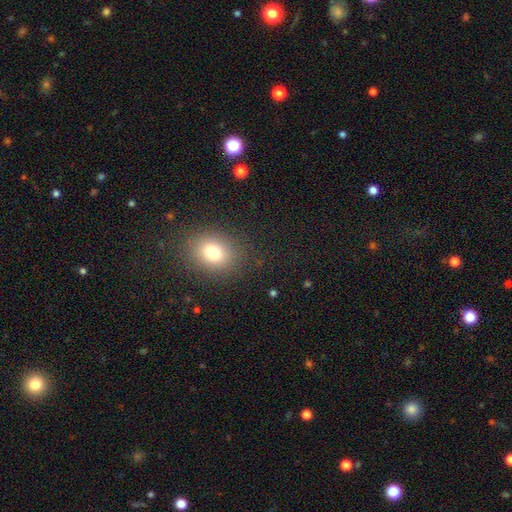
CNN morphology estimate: smooth_or_featured: smooth (p=0.71) [alt: star or artifact p=0.21]
how_rounded: round (p=0.53) [alt: in between p=0.46]
merging: none (p=0.89) [alt: minor disturbance p=0.07]